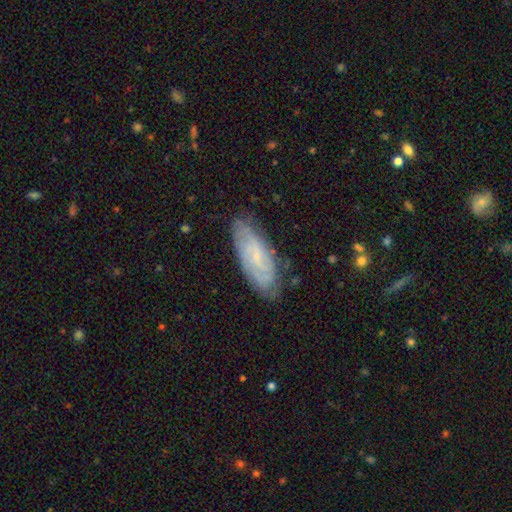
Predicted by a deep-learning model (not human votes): A featured or disk galaxy (64%) with no bar (56%), spiral arms (87%) and a small central bulge (74%).

Vote fractions:
- Smooth or featured? featured or disk: 64% / smooth: 28% / star or artifact: 9%
- Edge-on disk? no: 88% / yes: 12%
- Bar? no: 56% / weak: 36% / strong: 8%
- Spiral arms? yes: 87% / no: 13%
- Bulge size? small: 74% / moderate: 14% / none: 11% / large: 1% / dominant: 1%
- Merging? none: 78% / minor disturbance: 17% / major disturbance: 4% / merger: 1%